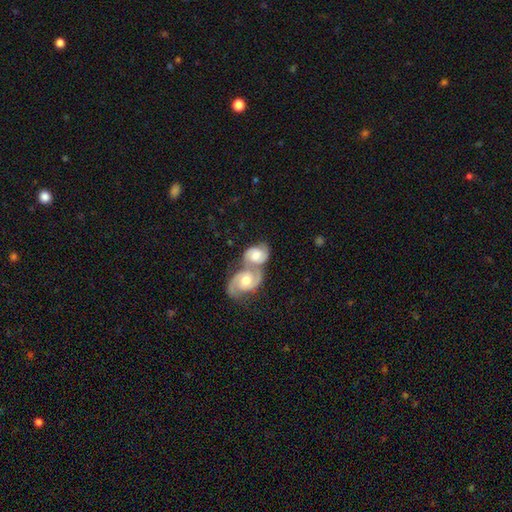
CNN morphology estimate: A featured or disk galaxy (76%) with no bar (60%), 2 (90%) medium (53%) spiral arms (94%) and a moderate central bulge (68%).

Vote fractions:
- Smooth or featured? featured or disk: 76% / smooth: 19% / star or artifact: 6%
- Edge-on disk? no: 97% / yes: 3%
- Bar? no: 60% / weak: 32% / strong: 8%
- Spiral arms? yes: 94% / no: 6%
- Spiral winding? medium: 53% / tight: 32% / loose: 14%
- Spiral arm count? 2: 90% / can't tell: 5% / 1: 2% / 3: 2% / 4: 1% / more than 4: 1%
- Bulge size? moderate: 68% / small: 16% / large: 13% / none: 2% / dominant: 2%
- Merging? merger: 71% / none: 18% / minor disturbance: 7% / major disturbance: 4%